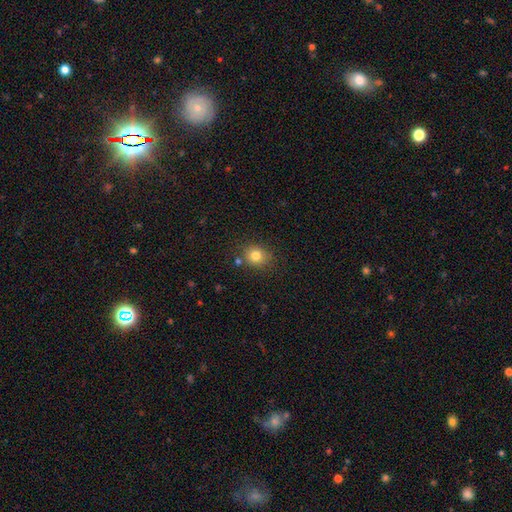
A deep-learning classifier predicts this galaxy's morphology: Overall: smooth (80%). How rounded: round (75%). Merging: none (79%).